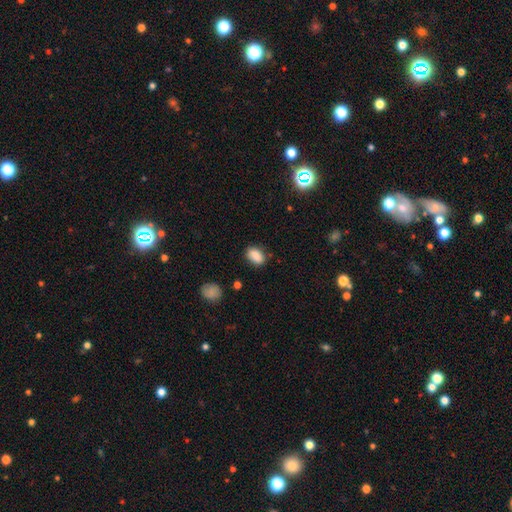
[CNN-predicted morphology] Overall: smooth (85%). How rounded: in between (85%). Merging: none (78%).